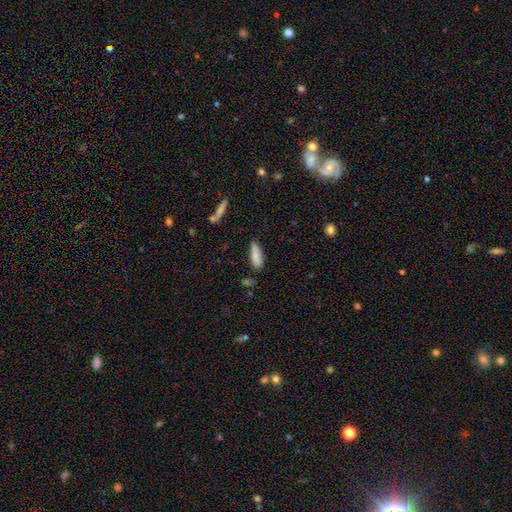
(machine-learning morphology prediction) A smooth galaxy with no disk features (83%) that is in between round and cigar-shaped (51%). Merging: none (67%).